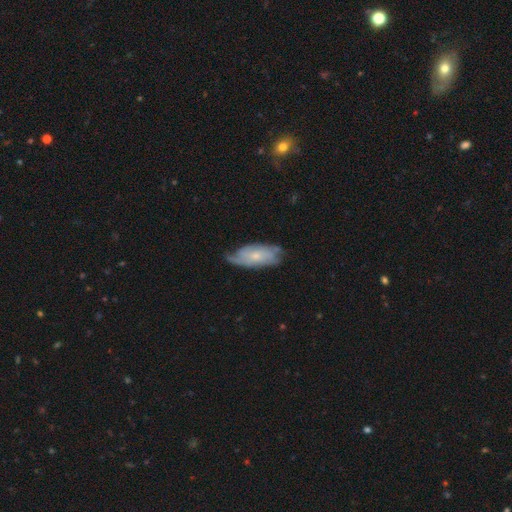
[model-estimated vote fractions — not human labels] The model was most divided on "smooth or featured": featured or disk: 59%, smooth: 34%, star or artifact: 7%. More confident: edge-on disk — no (88%); spiral arms — yes (80%); bar — no (78%); bulge size — small (60%); merging — none (57%).